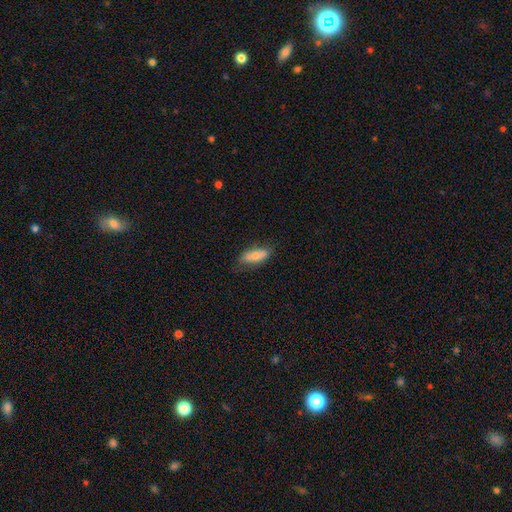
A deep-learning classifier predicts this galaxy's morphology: type=smooth (69%); roundness=in between (78%); merging=none (66%).